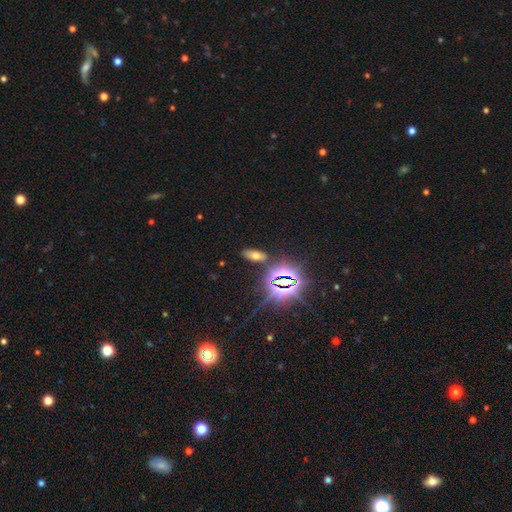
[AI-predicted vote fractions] The model was most divided on "smooth or featured": smooth: 48%, star or artifact: 38%, featured or disk: 14%. More confident: merging — none (82%).